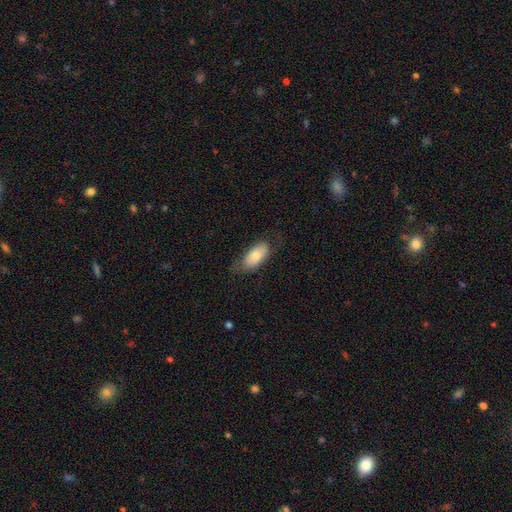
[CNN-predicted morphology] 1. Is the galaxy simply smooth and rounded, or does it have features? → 69% smooth, 24% featured or disk, 6% star or artifact.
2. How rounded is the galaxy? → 90% in between, 7% cigar-shaped, 3% round.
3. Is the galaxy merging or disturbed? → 69% none, 21% minor disturbance, 8% major disturbance, 1% merger.